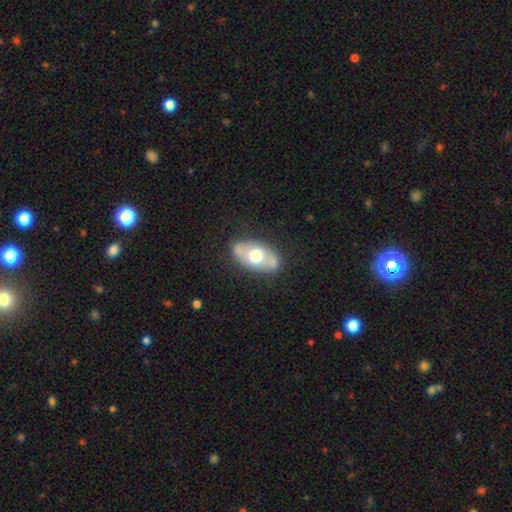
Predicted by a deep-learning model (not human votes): Q: Smooth or featured?
A: smooth (51%); runner-up: featured or disk (42%)
Q: How rounded?
A: in between (88%); runner-up: round (8%)
Q: Merging?
A: none (72%); runner-up: minor disturbance (18%)